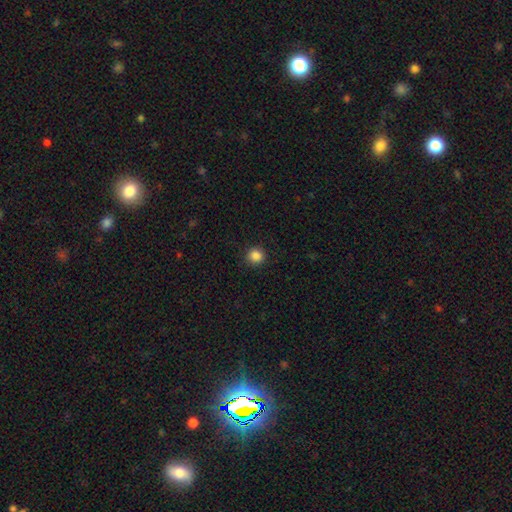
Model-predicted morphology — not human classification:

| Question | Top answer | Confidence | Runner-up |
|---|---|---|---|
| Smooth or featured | smooth | 86% | star or artifact (11%) |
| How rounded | round | 92% | in between (7%) |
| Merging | none | 91% | minor disturbance (6%) |